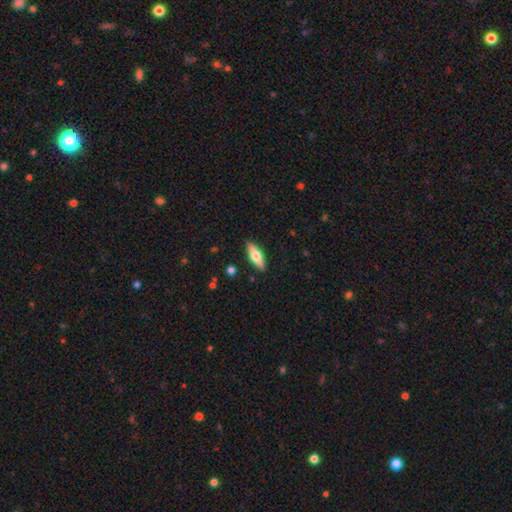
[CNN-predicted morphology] type=smooth (55%); roundness=cigar-shaped (51%); merging=none (89%).